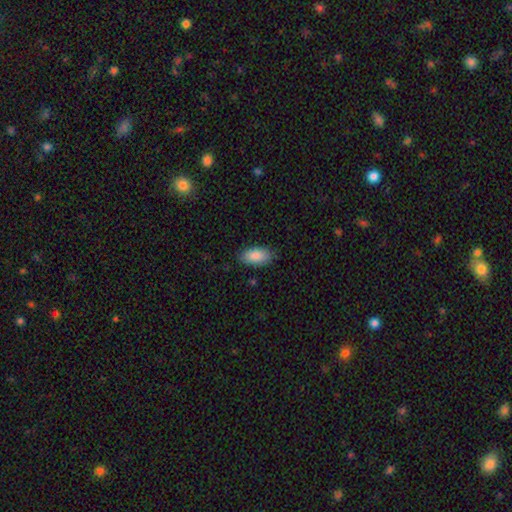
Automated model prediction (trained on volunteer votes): Smooth or featured?
  - smooth: 89% *
  - star or artifact: 6%
  - featured or disk: 5%
How rounded?
  - in between: 93% *
  - cigar-shaped: 5%
  - round: 2%
Merging?
  - none: 84% *
  - minor disturbance: 12%
  - major disturbance: 3%
  - merger: 1%